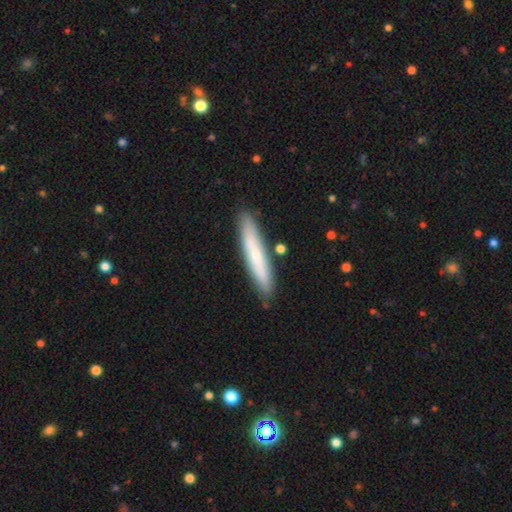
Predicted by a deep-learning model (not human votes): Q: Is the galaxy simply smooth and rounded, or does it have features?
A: smooth — 64%.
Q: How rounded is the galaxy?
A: cigar-shaped — 93%.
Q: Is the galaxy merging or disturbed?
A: none — 87%.